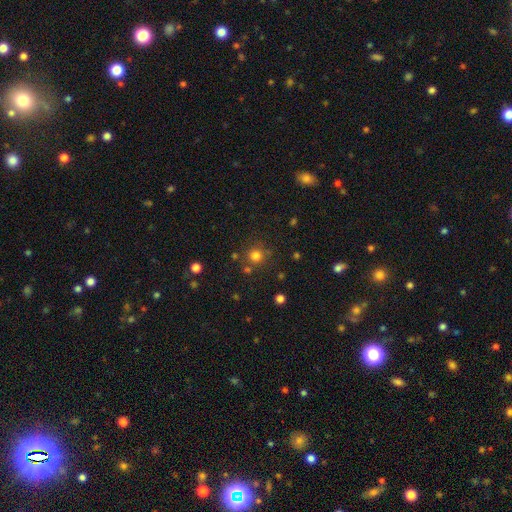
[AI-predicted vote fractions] The model was most divided on "smooth or featured": smooth: 79%, star or artifact: 15%, featured or disk: 6%. More confident: how rounded — round (92%); merging — none (77%).